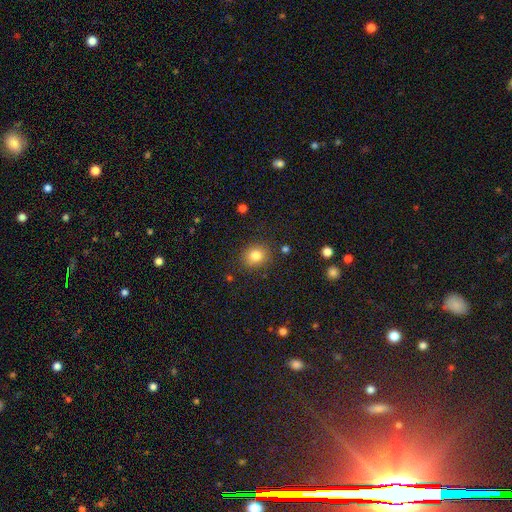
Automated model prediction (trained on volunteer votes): The model was most divided on "how rounded": round: 67%, in between: 32%, cigar-shaped: 1%. More confident: merging — none (85%); smooth or featured — smooth (82%).